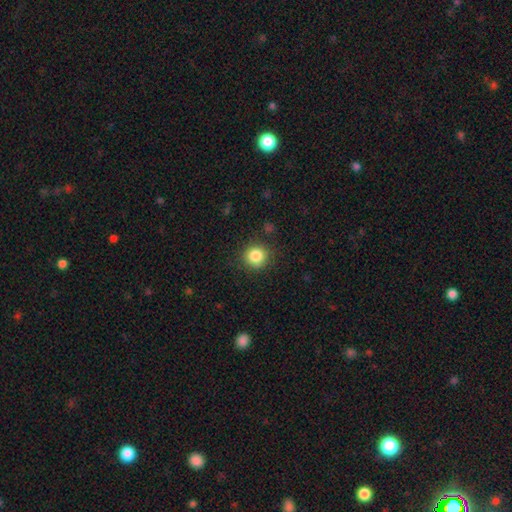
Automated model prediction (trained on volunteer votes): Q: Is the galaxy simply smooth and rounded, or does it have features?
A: smooth — 85%.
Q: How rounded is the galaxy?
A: round — 92%.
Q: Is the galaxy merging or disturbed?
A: none — 88%.